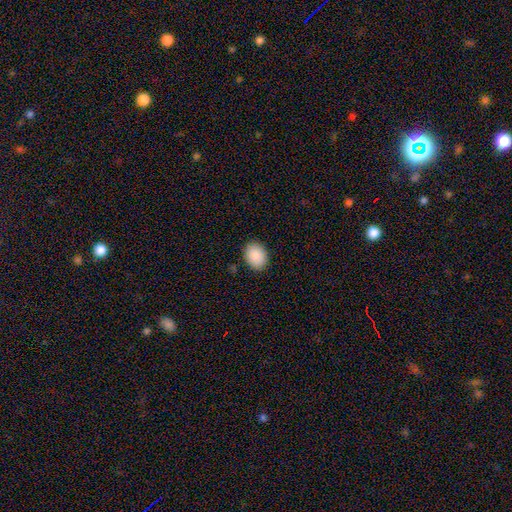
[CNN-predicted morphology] Smooth or featured? Predicted: smooth (p=0.90). How rounded? Predicted: in between (p=0.69). Merging? Predicted: none (p=0.88).